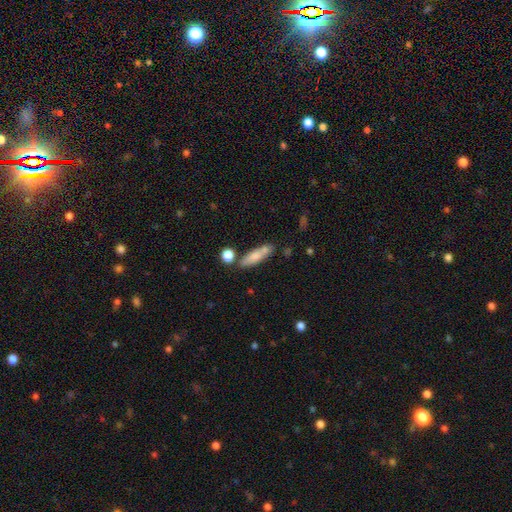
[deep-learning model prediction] This appears to be a smooth galaxy with no disk features (74%) that is cigar-shaped (66%). Merging: none (69%).